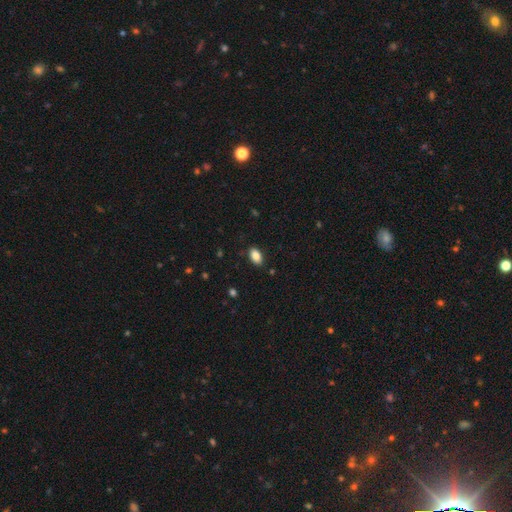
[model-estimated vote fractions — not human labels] Overall: smooth (87%). How rounded: in between (92%). Merging: none (87%).